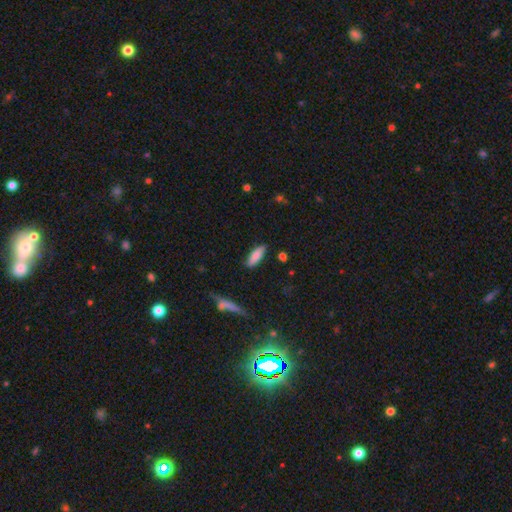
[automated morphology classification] smooth-or-featured: smooth: 82% | featured or disk: 12% | star or artifact: 6%
  how-rounded: in between: 55% | cigar-shaped: 43% | round: 2%
  merging: none: 85% | minor disturbance: 11% | major disturbance: 2% | merger: 2%